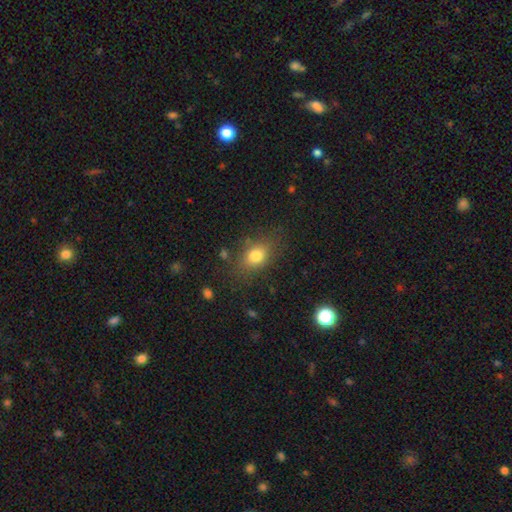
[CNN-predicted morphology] Smooth or featured?
  - smooth: 79% *
  - star or artifact: 11%
  - featured or disk: 10%
How rounded?
  - in between: 66% *
  - round: 32%
  - cigar-shaped: 2%
Merging?
  - none: 75% *
  - minor disturbance: 16%
  - major disturbance: 6%
  - merger: 3%